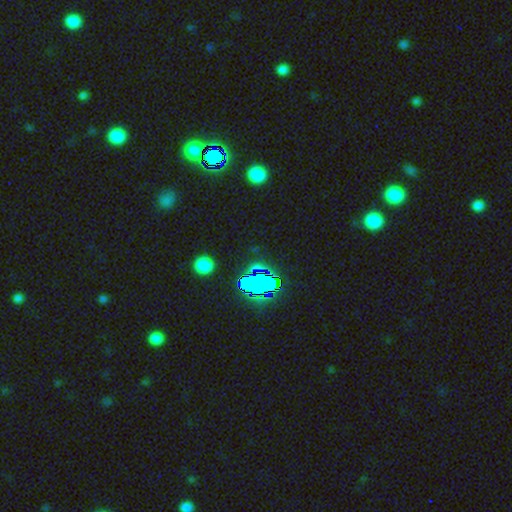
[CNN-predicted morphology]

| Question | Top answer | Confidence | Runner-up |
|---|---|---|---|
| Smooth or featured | star or artifact | 73% | smooth (18%) |